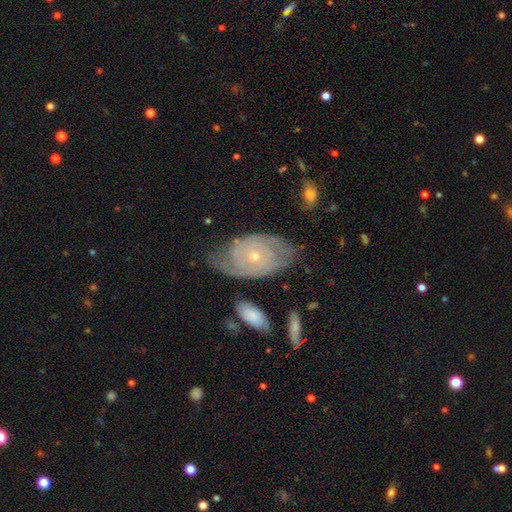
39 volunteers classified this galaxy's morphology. Q: Smooth or featured?
A: featured or disk (85%); runner-up: smooth (8%)
Q: Edge-on disk?
A: no (94%); runner-up: yes (6%)
Q: Bar?
A: no (90%); runner-up: strong (6%)
Q: Spiral arms?
A: yes (94%); runner-up: no (6%)
Q: Spiral winding?
A: tight (76%); runner-up: medium (21%)
Q: Spiral arm count?
A: 2 (52%); runner-up: can't tell (24%)
Q: Bulge size?
A: small (81%); runner-up: moderate (19%)
Q: Merging?
A: none (69%); runner-up: minor disturbance (17%)